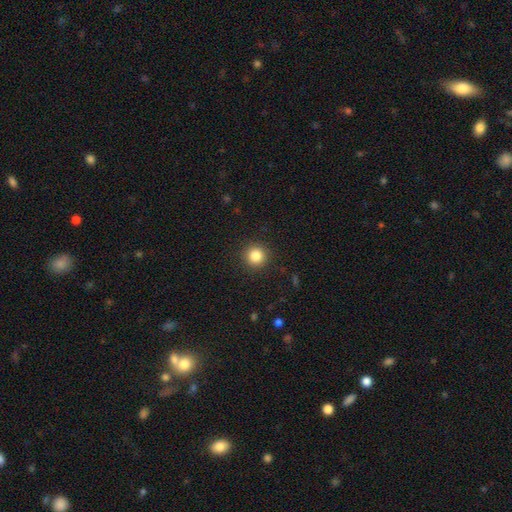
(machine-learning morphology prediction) Smooth or featured? smooth (84%)
How rounded? round (95%)
Merging? none (92%)